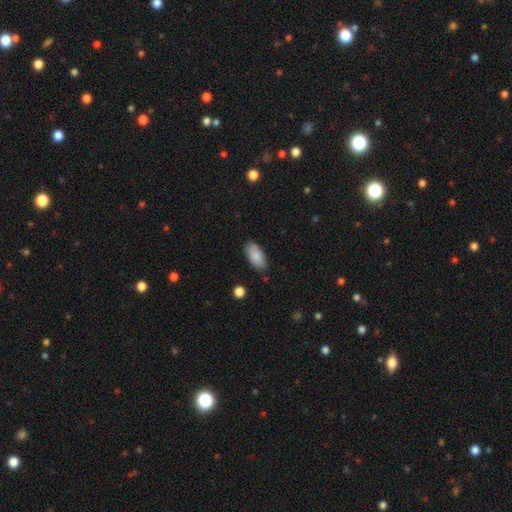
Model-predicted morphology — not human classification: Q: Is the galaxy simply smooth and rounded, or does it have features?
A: smooth — 87%.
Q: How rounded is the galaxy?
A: in between — 91%.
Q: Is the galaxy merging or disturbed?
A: none — 84%.